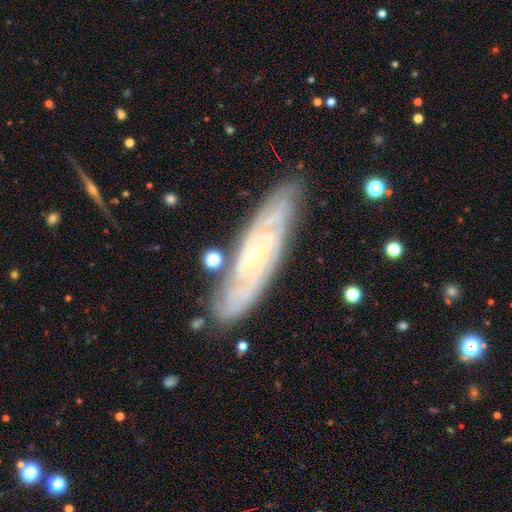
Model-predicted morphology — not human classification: Smooth or featured: featured or disk — 83% (smooth — 10%)
Edge-on disk: no — 81% (yes — 19%)
Bar: no — 73% (weak — 20%)
Spiral arms: yes — 94% (no — 6%)
Spiral winding: tight — 76% (medium — 20%)
Spiral arm count: can't tell — 45% (2 — 18%)
Bulge size: small — 75% (moderate — 22%)
Merging: none — 81% (minor disturbance — 14%)